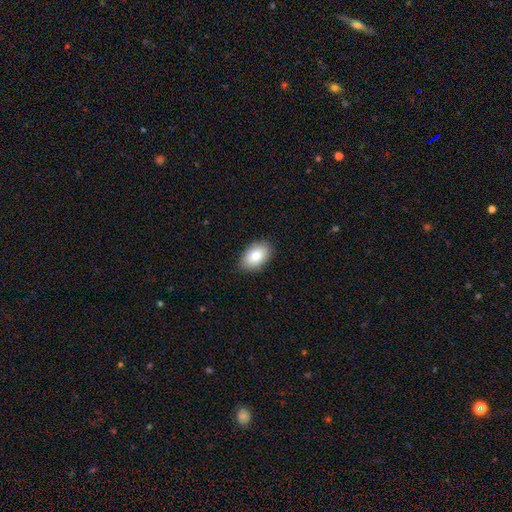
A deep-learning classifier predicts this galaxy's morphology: A smooth galaxy with no disk features (82%) that is in between round and cigar-shaped (90%). Merging: none (88%).